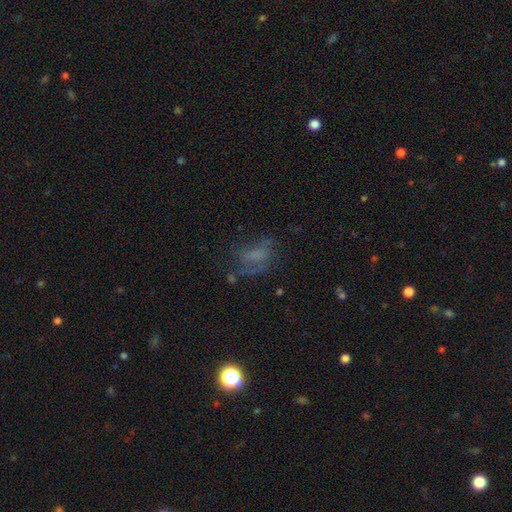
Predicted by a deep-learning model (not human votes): The model was most divided on "smooth or featured": featured or disk: 38%, smooth: 37%, star or artifact: 24%. Remaining: merging — none (46%).